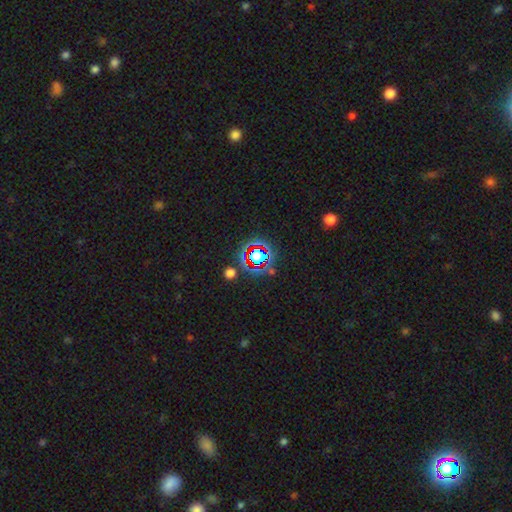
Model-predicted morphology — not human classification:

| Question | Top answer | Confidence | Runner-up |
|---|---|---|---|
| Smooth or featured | star or artifact | 62% | smooth (25%) |